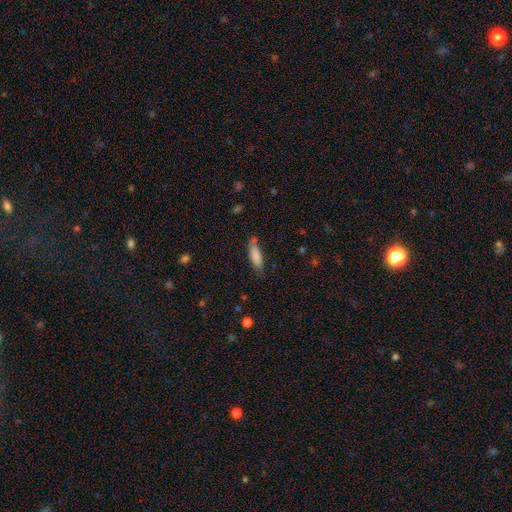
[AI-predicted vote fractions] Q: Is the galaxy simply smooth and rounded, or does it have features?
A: smooth — 82%.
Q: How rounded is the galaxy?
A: in between — 50%.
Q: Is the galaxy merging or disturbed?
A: none — 67%.